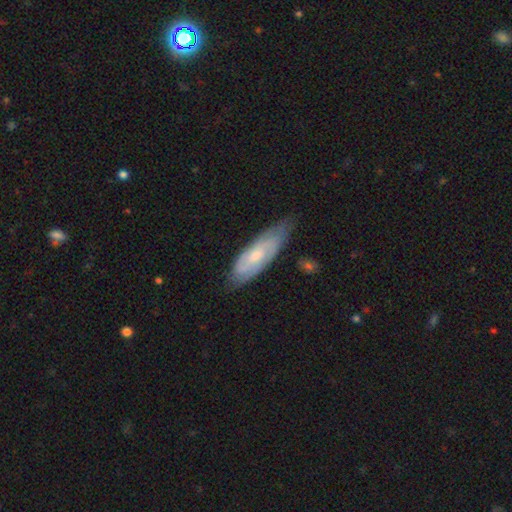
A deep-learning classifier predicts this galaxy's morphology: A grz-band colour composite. It shows a featured or disk galaxy (57%). Merging: none (62%).